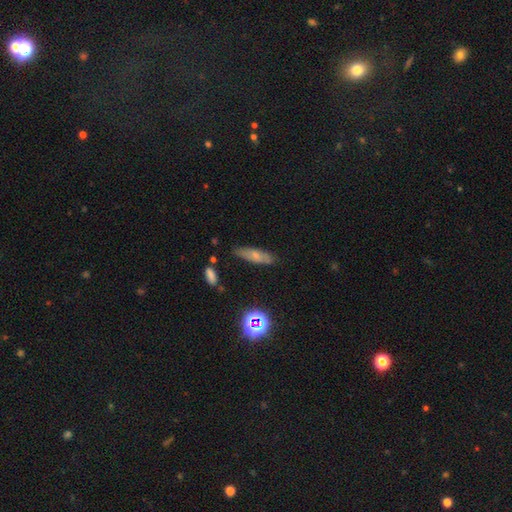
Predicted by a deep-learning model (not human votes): Overall: smooth (64%; featured or disk 25%). How rounded: cigar-shaped (51%; in between 46%). Merging: none (77%).